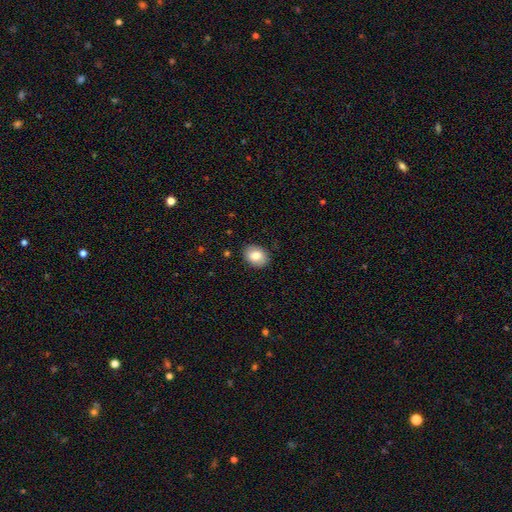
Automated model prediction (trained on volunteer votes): A smooth galaxy with no disk features (79%) that is in between round and cigar-shaped (65%).

Vote fractions:
- Smooth or featured? smooth: 79% / featured or disk: 13% / star or artifact: 8%
- How rounded? in between: 65% / round: 34% / cigar-shaped: 1%
- Merging? none: 87% / minor disturbance: 10% / major disturbance: 2% / merger: 1%